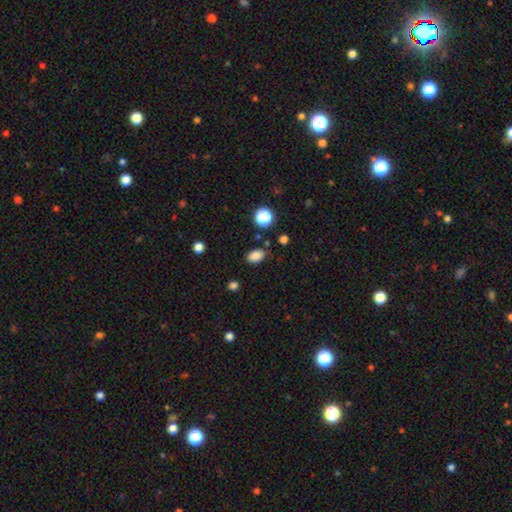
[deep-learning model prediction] This is clearly a smooth galaxy (84%). How rounded: clearly in between (83%). Merging: likely none (80%).